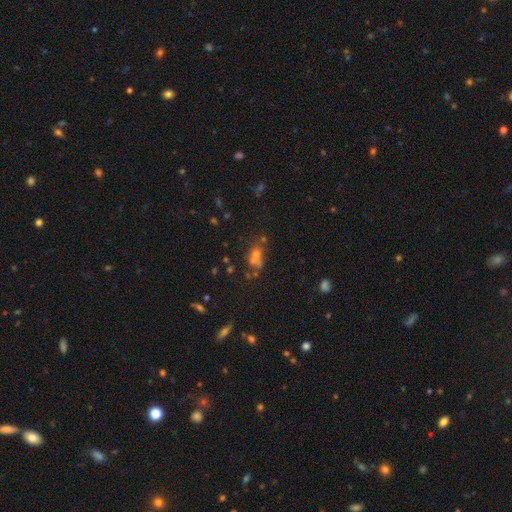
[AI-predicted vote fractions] The model was most divided on "merging": none: 46%, merger: 31%, minor disturbance: 14%, major disturbance: 9%. Remaining: smooth or featured — smooth (50%).